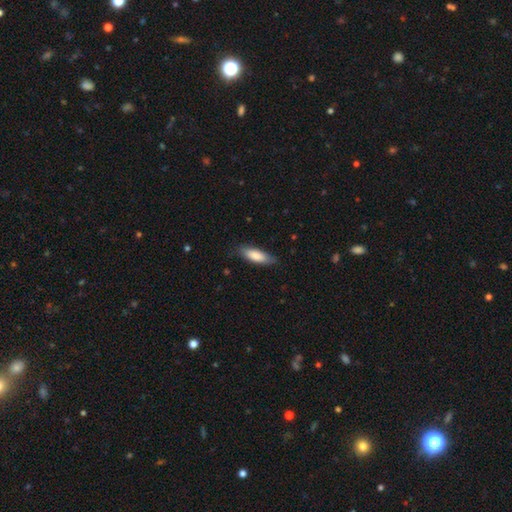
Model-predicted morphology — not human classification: Smooth or featured? Predicted: smooth (p=0.82). How rounded? Predicted: in between (p=0.55). Merging? Predicted: none (p=0.81).